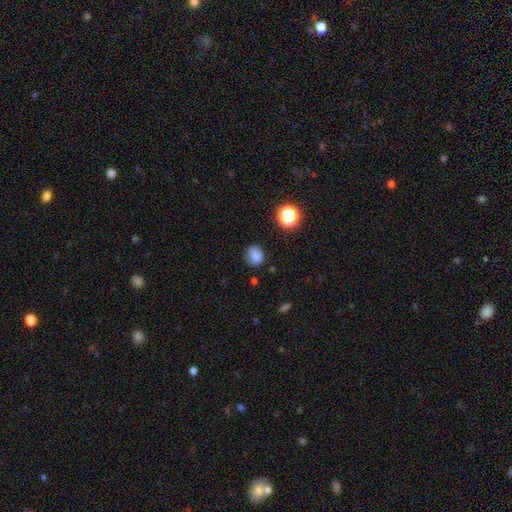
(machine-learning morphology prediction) This appears to be a smooth galaxy with no disk features (79%) that is round (63%). Merging: none (69%).